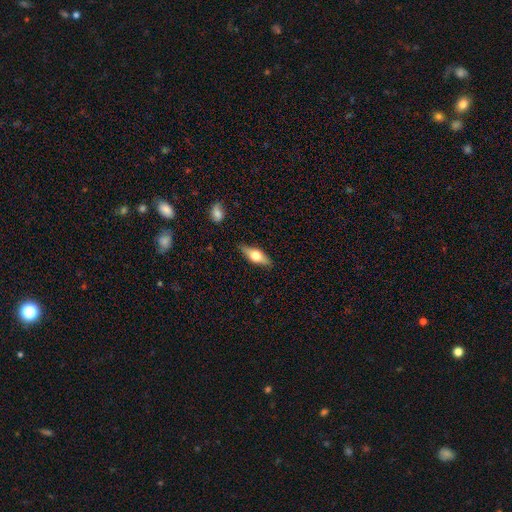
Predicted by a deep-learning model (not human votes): smooth-or-featured: smooth: 49% | featured or disk: 45% | star or artifact: 6%
  merging: none: 84% | minor disturbance: 11% | major disturbance: 2% | merger: 2%